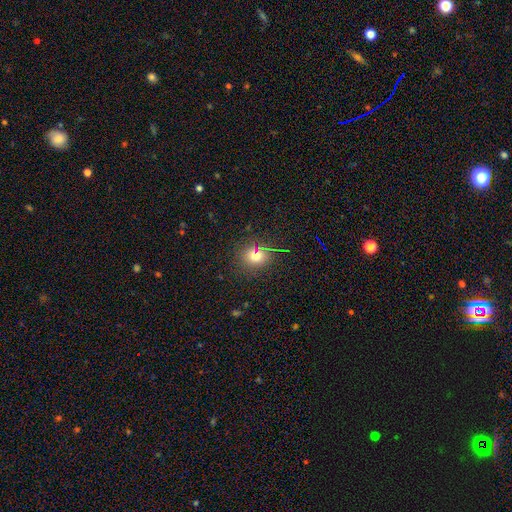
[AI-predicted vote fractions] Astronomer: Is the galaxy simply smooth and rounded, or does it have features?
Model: smooth — 70%.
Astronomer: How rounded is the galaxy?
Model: round — 76%.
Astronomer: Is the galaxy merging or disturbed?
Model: none — 83%.